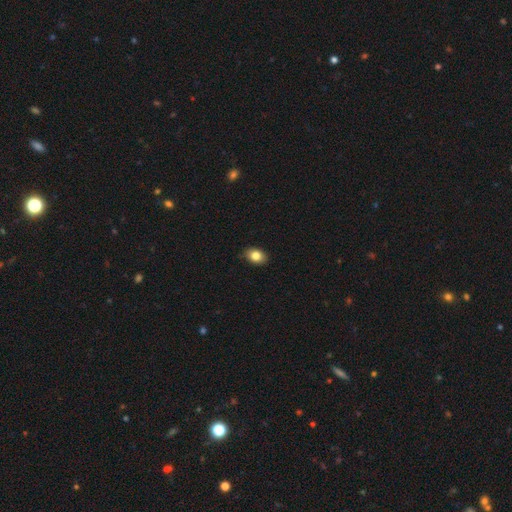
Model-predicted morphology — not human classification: type=smooth (84%); roundness=in between (75%); merging=none (87%).